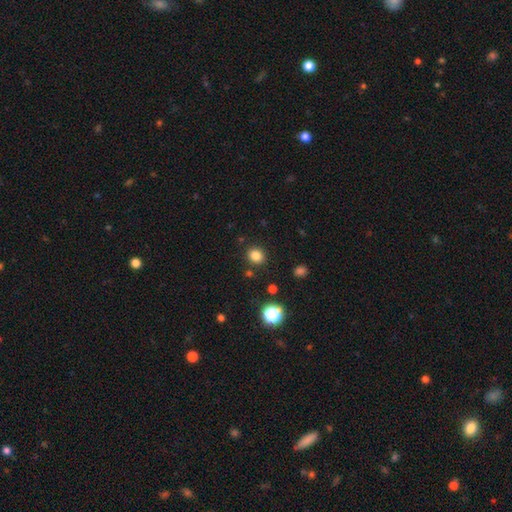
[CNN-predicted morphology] Smooth or featured? Predicted: smooth (p=0.82). How rounded? Predicted: round (p=0.76). Merging? Predicted: none (p=0.87).